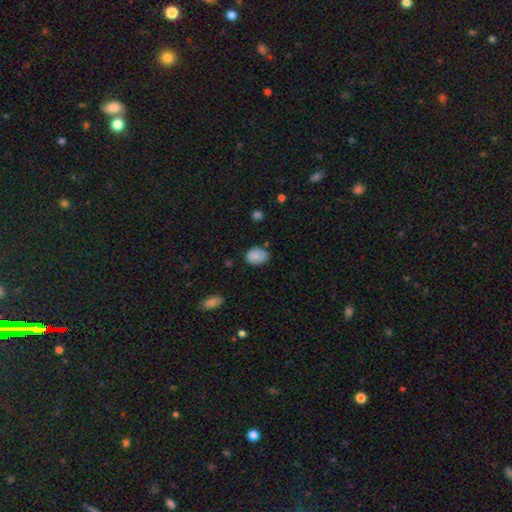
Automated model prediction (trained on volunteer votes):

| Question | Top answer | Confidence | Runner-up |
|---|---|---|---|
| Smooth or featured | smooth | 85% | star or artifact (8%) |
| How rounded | in between | 73% | round (26%) |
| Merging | none | 71% | minor disturbance (23%) |